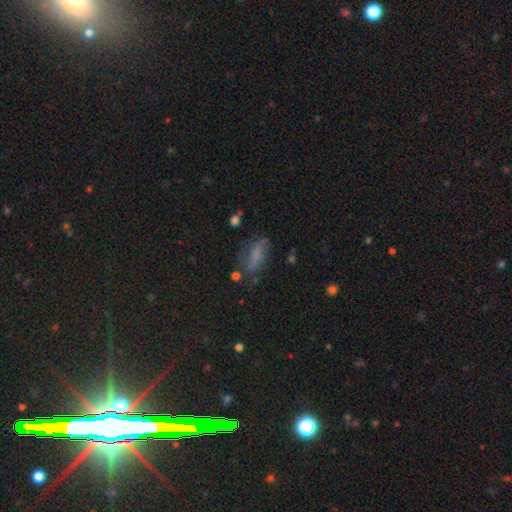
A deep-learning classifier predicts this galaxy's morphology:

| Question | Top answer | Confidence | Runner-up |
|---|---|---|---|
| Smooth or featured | smooth | 46% | featured or disk (36%) |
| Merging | none | 52% | minor disturbance (25%) |